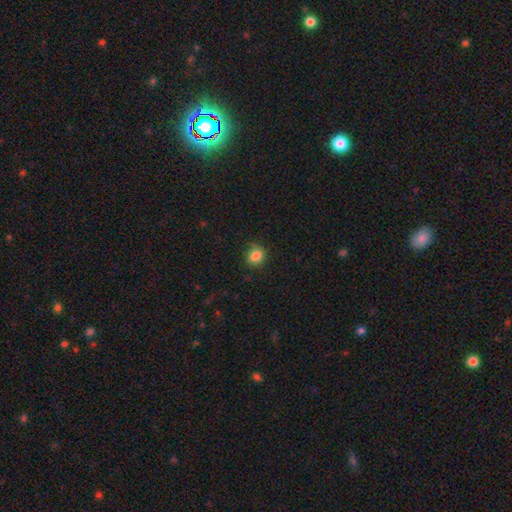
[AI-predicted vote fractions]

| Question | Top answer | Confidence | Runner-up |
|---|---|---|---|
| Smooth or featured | smooth | 85% | star or artifact (11%) |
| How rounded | round | 71% | in between (28%) |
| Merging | none | 78% | minor disturbance (16%) |